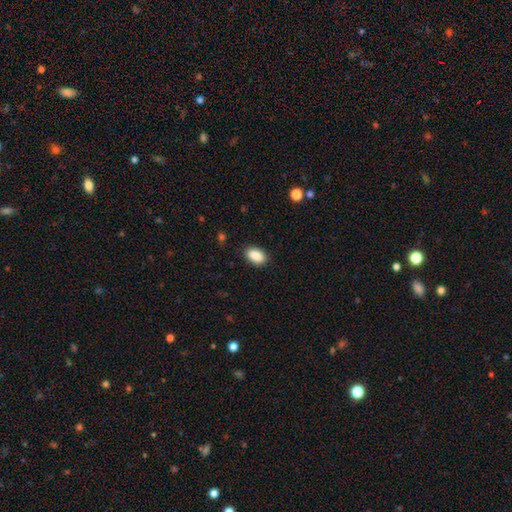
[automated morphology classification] A smooth galaxy with no disk features (89%) that is in between round and cigar-shaped (91%). Merging: none (87%).